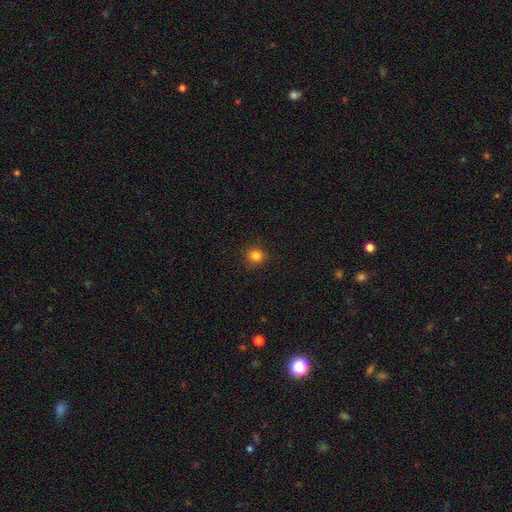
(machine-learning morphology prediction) Smooth or featured? smooth (83%)
How rounded? round (90%)
Merging? none (89%)